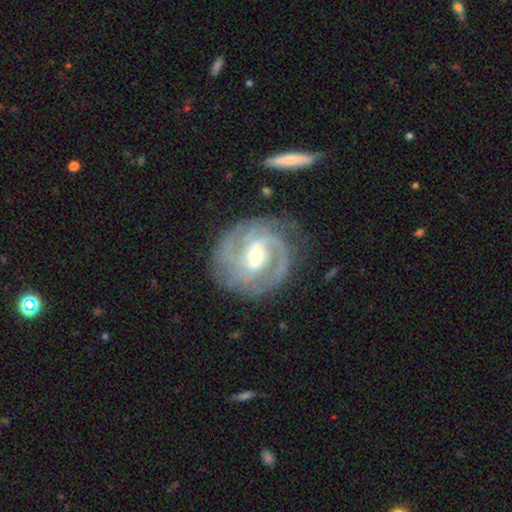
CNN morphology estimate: Smooth or featured? Predicted: featured or disk (p=0.89). Edge-on disk? Predicted: no (p=0.98). Bar? Predicted: weak (p=0.49). Spiral arms? Predicted: yes (p=0.97). Spiral winding? Predicted: tight (p=0.55). Spiral arm count? Predicted: 2 (p=0.42). Bulge size? Predicted: moderate (p=0.59). Merging? Predicted: none (p=0.77).